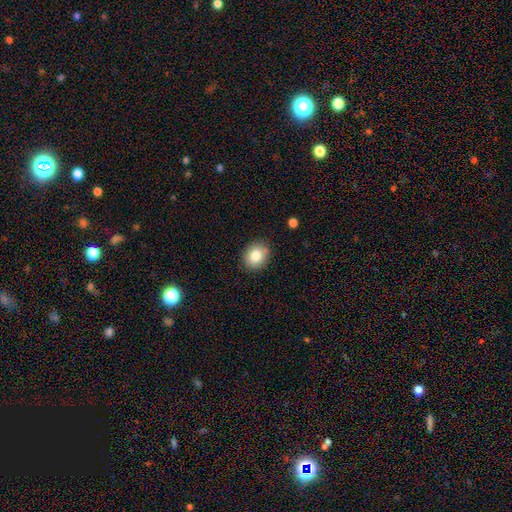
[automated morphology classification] Q: Smooth or featured?
A: smooth (82%); runner-up: star or artifact (9%)
Q: How rounded?
A: round (61%); runner-up: in between (38%)
Q: Merging?
A: none (87%); runner-up: minor disturbance (10%)